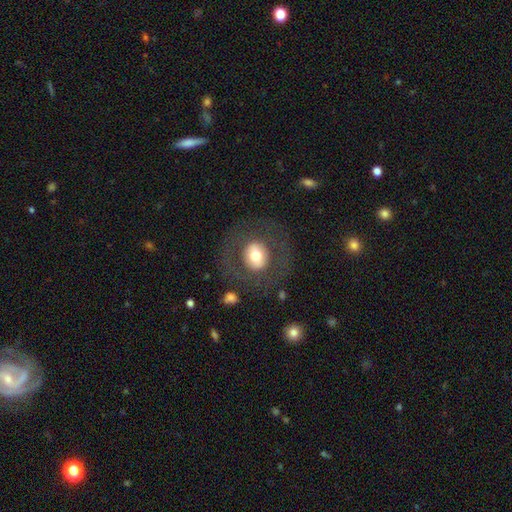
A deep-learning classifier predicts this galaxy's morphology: Overall: smooth (55%; featured or disk 36%). How rounded: round (76%). Merging: none (75%).